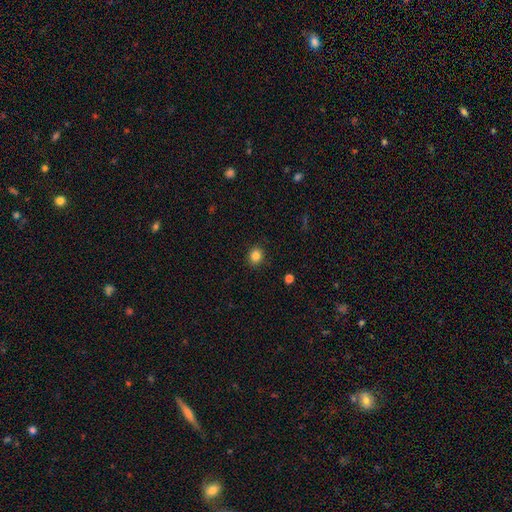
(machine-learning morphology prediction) Smooth or featured?
  - smooth: 84% *
  - star or artifact: 11%
  - featured or disk: 5%
How rounded?
  - round: 70% *
  - in between: 29%
  - cigar-shaped: 1%
Merging?
  - none: 90% *
  - minor disturbance: 7%
  - major disturbance: 2%
  - merger: 1%